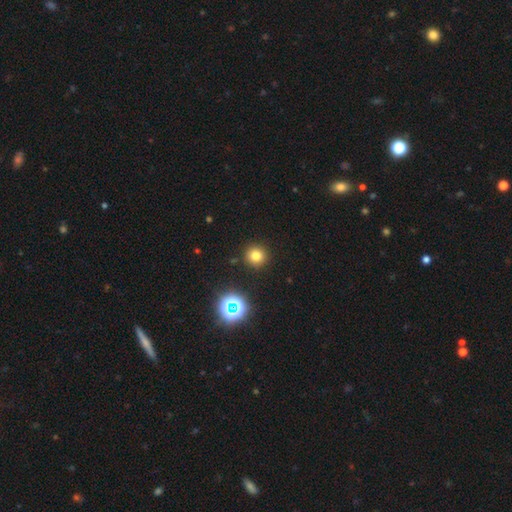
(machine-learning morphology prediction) Smooth or featured? smooth (75%)
How rounded? round (94%)
Merging? none (91%)